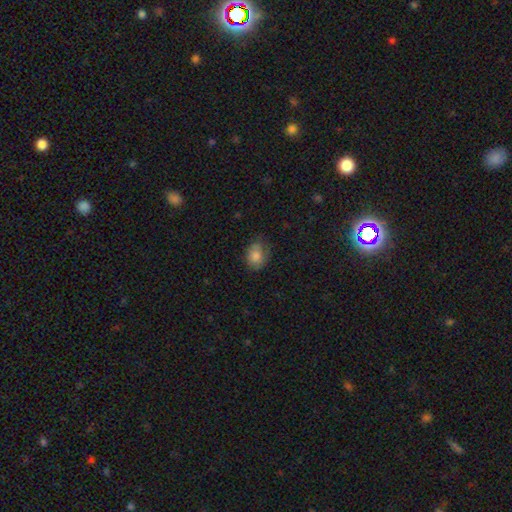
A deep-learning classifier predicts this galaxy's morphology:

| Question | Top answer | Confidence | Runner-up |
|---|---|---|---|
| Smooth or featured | smooth | 81% | featured or disk (9%) |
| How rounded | in between | 56% | round (43%) |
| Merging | none | 64% | minor disturbance (27%) |